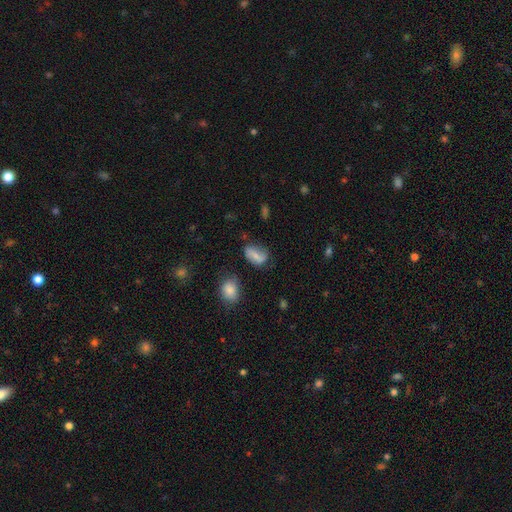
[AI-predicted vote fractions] smooth_or_featured: smooth (p=0.58) [alt: featured or disk p=0.32]
how_rounded: in between (p=0.86) [alt: round p=0.10]
merging: none (p=0.61) [alt: minor disturbance p=0.25]